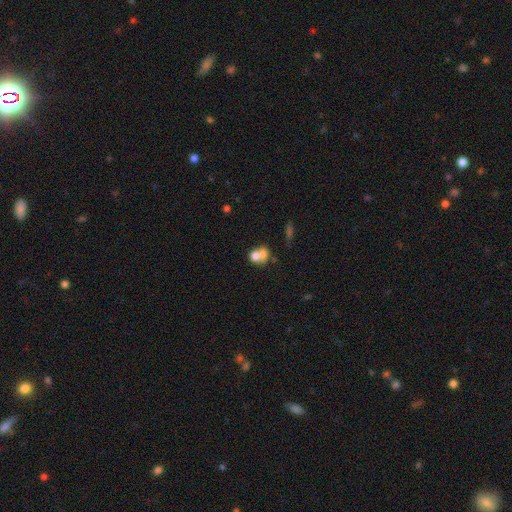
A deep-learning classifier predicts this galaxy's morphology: smooth 68%, featured or disk 21%, star or artifact 11%. Down the decision tree: how rounded — round (61%); merging — merger (62%).